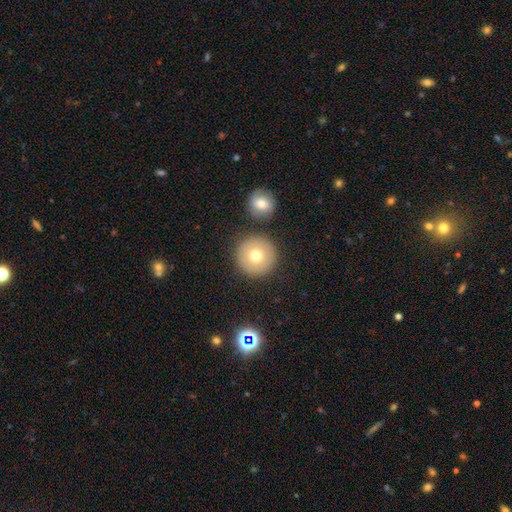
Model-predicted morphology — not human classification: Overall: smooth (74%). How rounded: round (96%). Merging: none (83%).